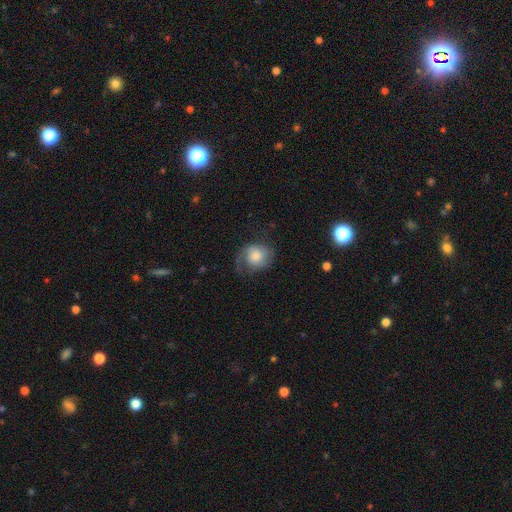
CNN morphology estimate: Smooth or featured? smooth (51%)
How rounded? round (63%)
Merging? none (49%)